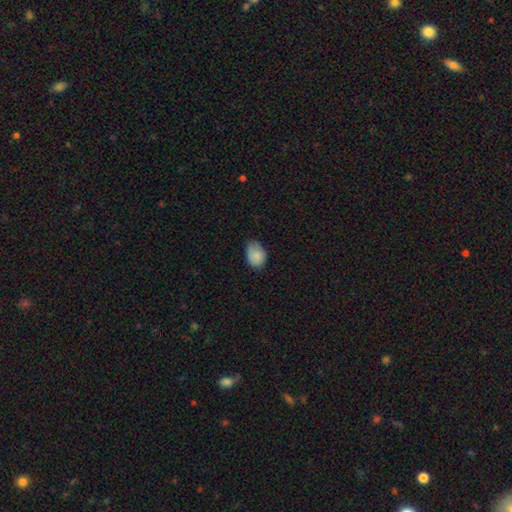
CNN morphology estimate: smooth 86%, star or artifact 8%, featured or disk 6%. Down the decision tree: how rounded — in between (74%); merging — none (59%).